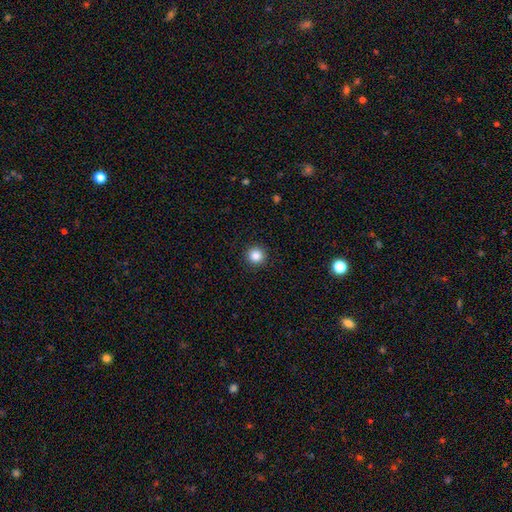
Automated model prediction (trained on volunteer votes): Q: Smooth or featured?
A: smooth (85%); runner-up: star or artifact (11%)
Q: How rounded?
A: round (95%); runner-up: in between (4%)
Q: Merging?
A: none (93%); runner-up: minor disturbance (5%)